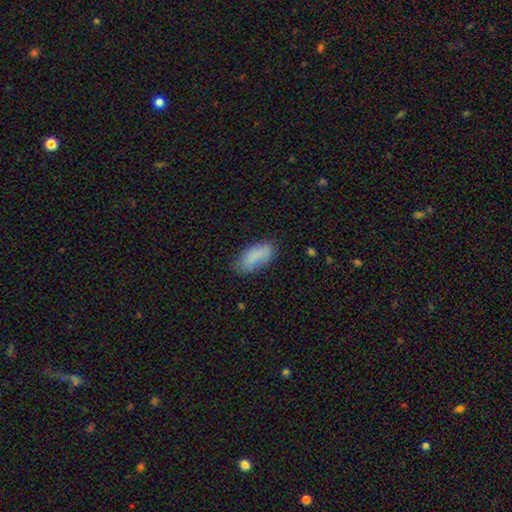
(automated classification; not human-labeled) smooth-or-featured: smooth: 83% | featured or disk: 10% | star or artifact: 7%
  how-rounded: in between: 89% | cigar-shaped: 9% | round: 2%
  merging: none: 70% | minor disturbance: 23% | major disturbance: 6% | merger: 2%